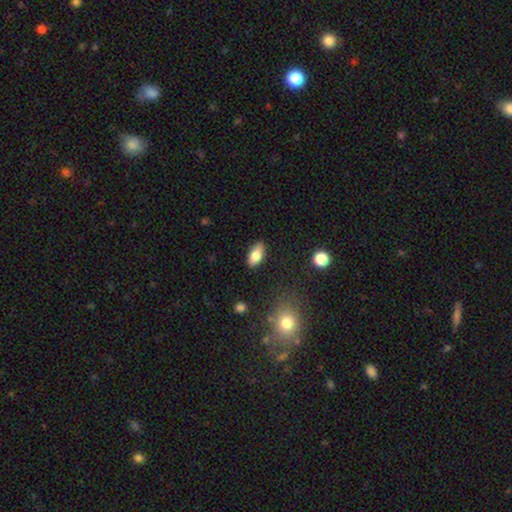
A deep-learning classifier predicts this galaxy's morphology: Smooth or featured? smooth (80%)
How rounded? in between (87%)
Merging? none (85%)